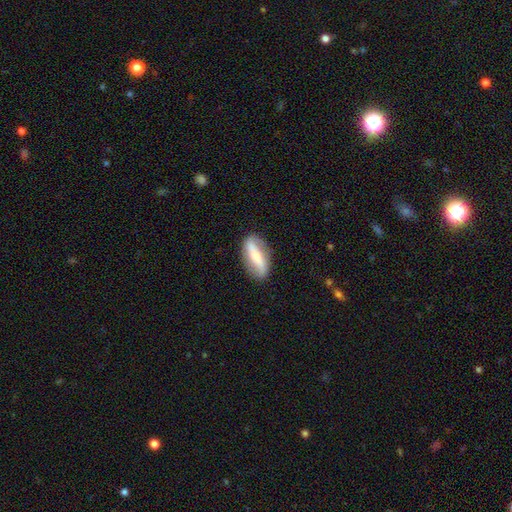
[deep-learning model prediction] Smooth or featured? featured or disk (56%)
Edge-on disk? no (76%)
Merging? none (83%)